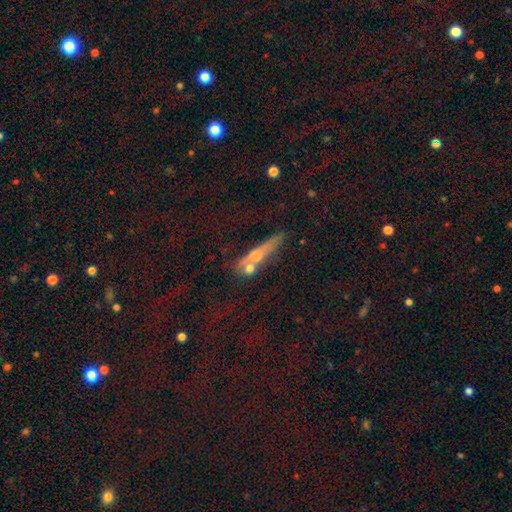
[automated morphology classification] smooth 45%, featured or disk 42%, star or artifact 13%. Down the decision tree: merging — none (47%).